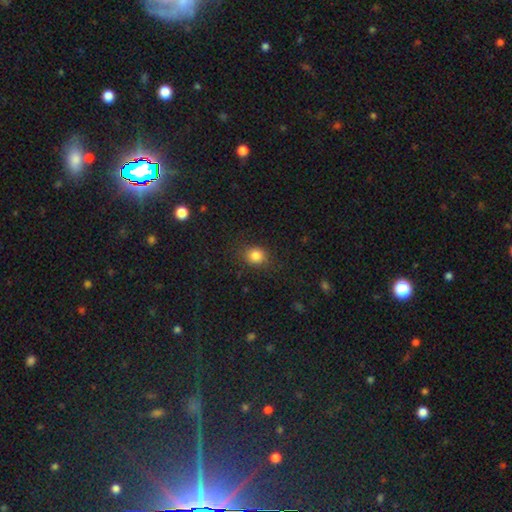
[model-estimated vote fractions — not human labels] This appears to be a smooth galaxy with no disk features (83%) that is round (70%). Merging: none (83%).